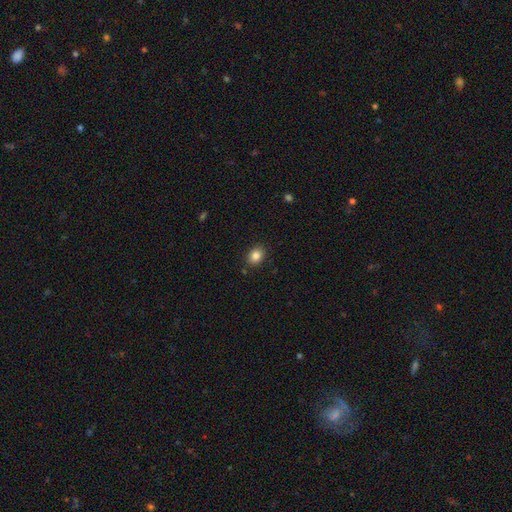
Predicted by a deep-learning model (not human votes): A smooth galaxy with no disk features (85%) that is in between round and cigar-shaped (58%).

Vote fractions:
- Smooth or featured? smooth: 85% / star or artifact: 10% / featured or disk: 6%
- How rounded? in between: 58% / round: 41% / cigar-shaped: 1%
- Merging? none: 87% / minor disturbance: 9% / major disturbance: 2% / merger: 2%